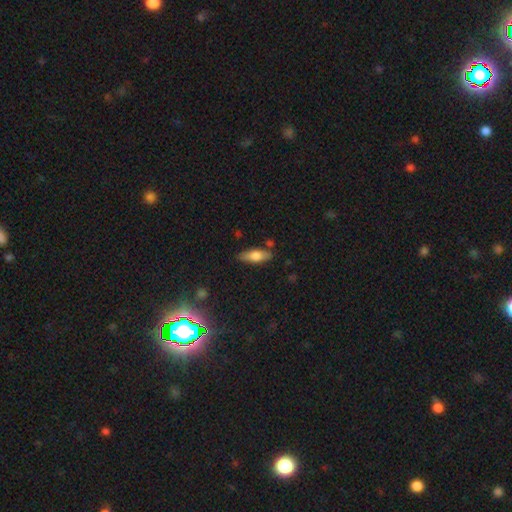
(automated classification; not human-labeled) A smooth galaxy with no disk features (67%) that is in between round and cigar-shaped (58%). Merging: none (81%).